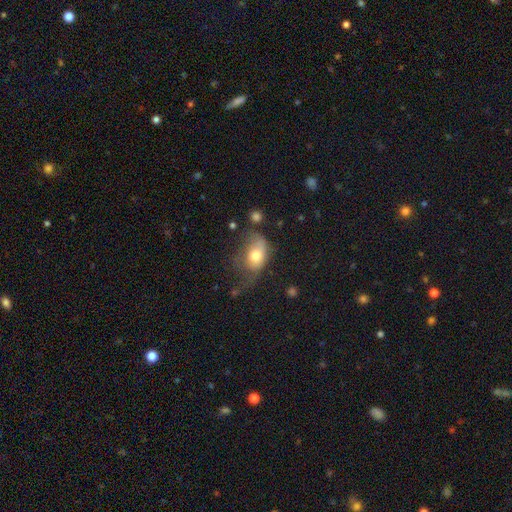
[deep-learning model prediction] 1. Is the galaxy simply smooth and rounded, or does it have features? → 71% smooth, 20% featured or disk, 9% star or artifact.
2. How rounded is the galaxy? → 78% in between, 20% round, 2% cigar-shaped.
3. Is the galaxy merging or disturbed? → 41% major disturbance, 30% minor disturbance, 23% none, 6% merger.